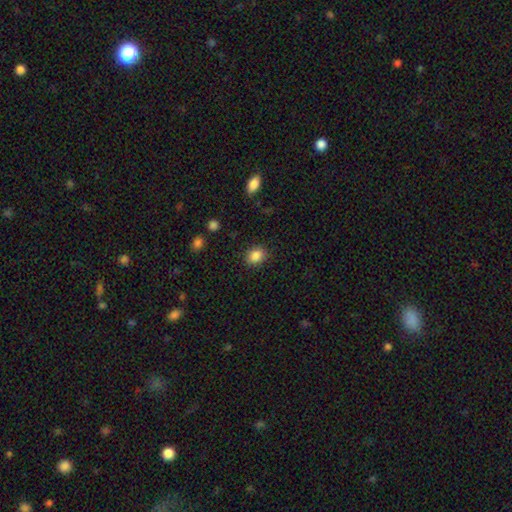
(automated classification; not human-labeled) Morphology: type=smooth (86%); roundness=in between (52%); merging=none (87%).